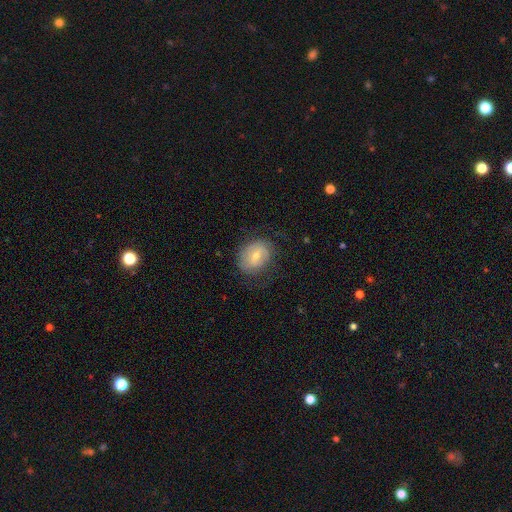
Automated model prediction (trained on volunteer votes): smooth-or-featured: smooth: 52% | featured or disk: 40% | star or artifact: 8%
  how-rounded: in between: 55% | round: 44% | cigar-shaped: 1%
  merging: none: 66% | minor disturbance: 21% | major disturbance: 11% | merger: 1%